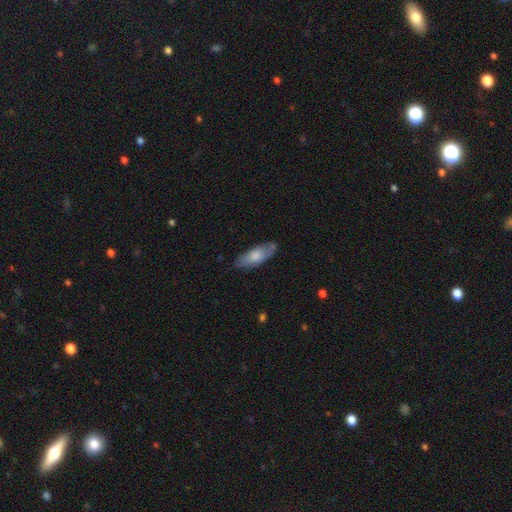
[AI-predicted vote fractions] Overall: smooth (71%). How rounded: in between (72%). Merging: none (70%).